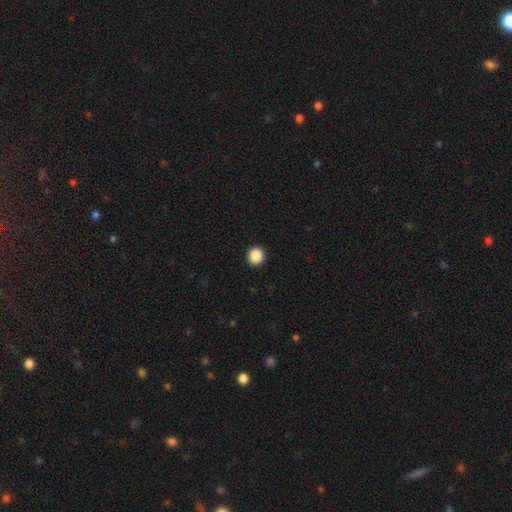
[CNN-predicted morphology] Smooth or featured? smooth (88%)
How rounded? round (93%)
Merging? none (93%)